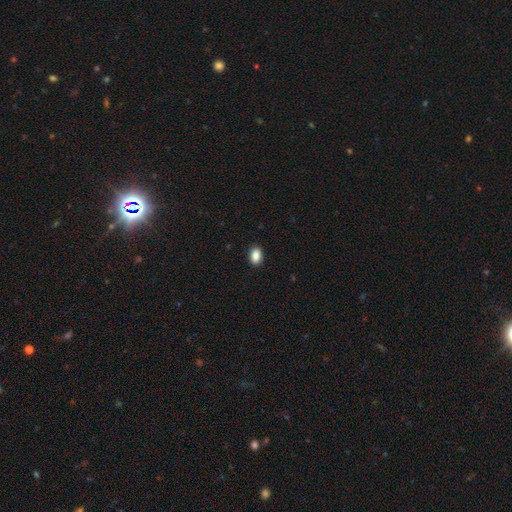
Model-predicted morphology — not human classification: Smooth or featured?
  - smooth: 90% *
  - star or artifact: 8%
  - featured or disk: 2%
How rounded?
  - in between: 86% *
  - round: 12%
  - cigar-shaped: 1%
Merging?
  - none: 90% *
  - minor disturbance: 8%
  - major disturbance: 2%
  - merger: 1%